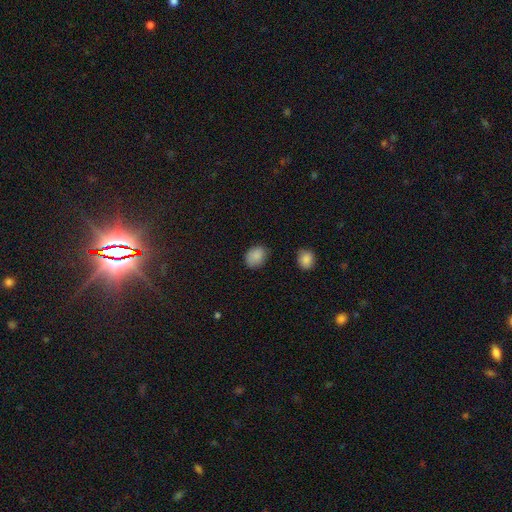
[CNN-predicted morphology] Q: Smooth or featured?
A: smooth (87%); runner-up: star or artifact (9%)
Q: How rounded?
A: in between (60%); runner-up: round (39%)
Q: Merging?
A: none (73%); runner-up: minor disturbance (21%)